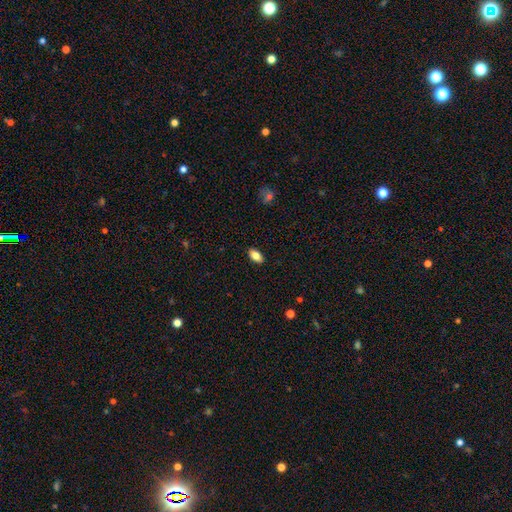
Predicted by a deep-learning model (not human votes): This is clearly a smooth galaxy (81%). How rounded: clearly in between (91%). Merging: clearly none (89%).